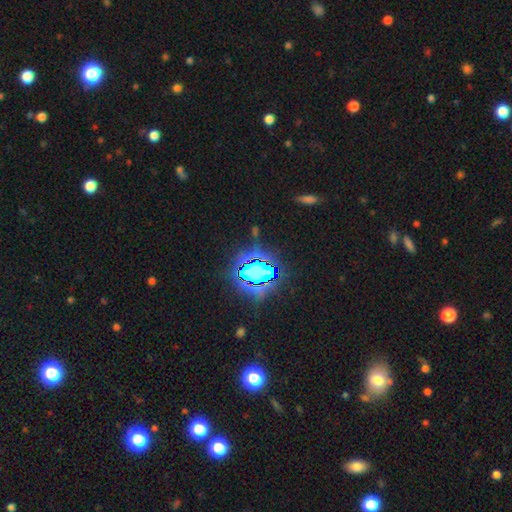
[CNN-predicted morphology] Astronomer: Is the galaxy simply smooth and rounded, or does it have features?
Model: star or artifact — 80%.